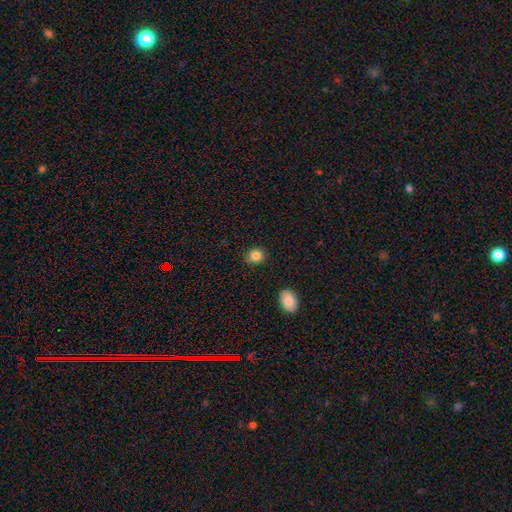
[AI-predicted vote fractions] Q: Smooth or featured?
A: smooth (85%); runner-up: star or artifact (10%)
Q: How rounded?
A: round (73%); runner-up: in between (26%)
Q: Merging?
A: none (85%); runner-up: minor disturbance (11%)